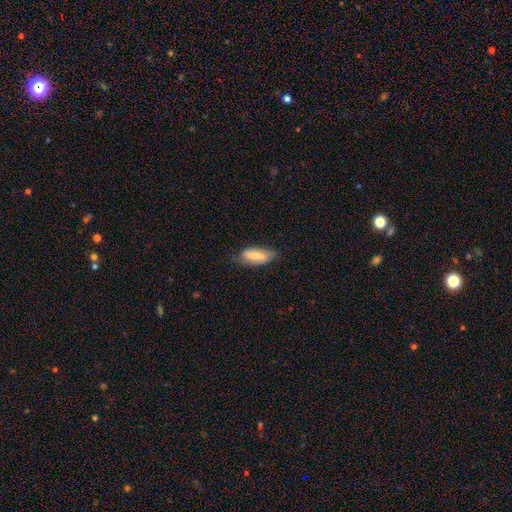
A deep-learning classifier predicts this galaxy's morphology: The model was most divided on "merging": none: 67%, minor disturbance: 26%, major disturbance: 6%, merger: 1%. More confident: how rounded — in between (76%); smooth or featured — smooth (71%).